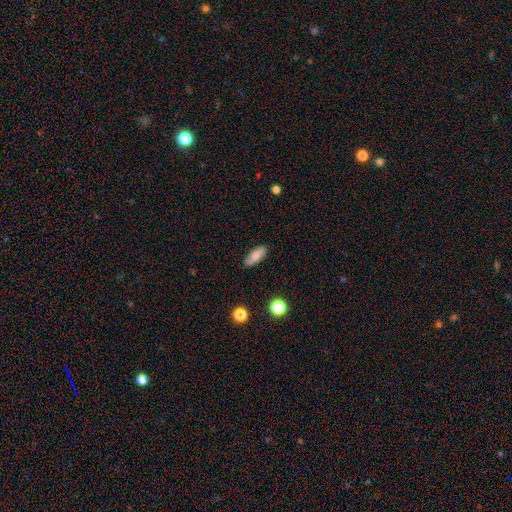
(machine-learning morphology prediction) type=smooth (75%); roundness=in between (70%); merging=none (85%).